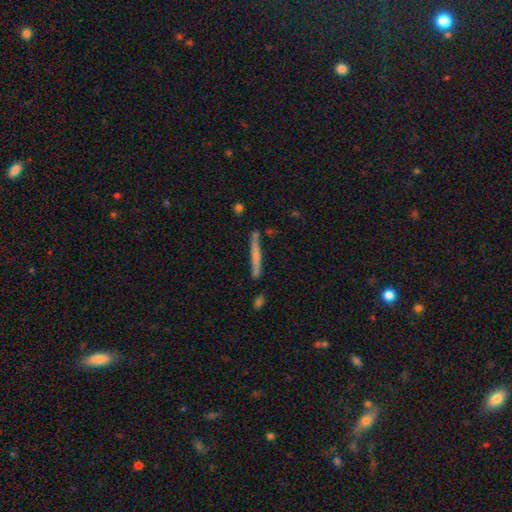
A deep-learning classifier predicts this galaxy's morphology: Smooth or featured: featured or disk — 47% (smooth — 46%)
Merging: none — 79% (minor disturbance — 13%)